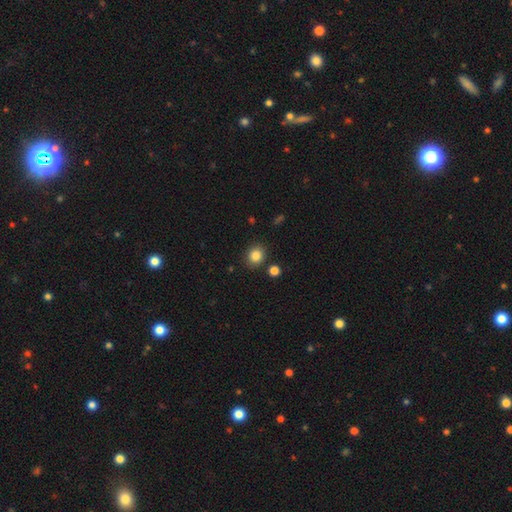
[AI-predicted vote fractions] A smooth galaxy with no disk features (85%) that is round (71%).

Vote fractions:
- Smooth or featured? smooth: 85% / star or artifact: 10% / featured or disk: 5%
- How rounded? round: 71% / in between: 28% / cigar-shaped: 1%
- Merging? none: 84% / minor disturbance: 9% / merger: 4% / major disturbance: 3%